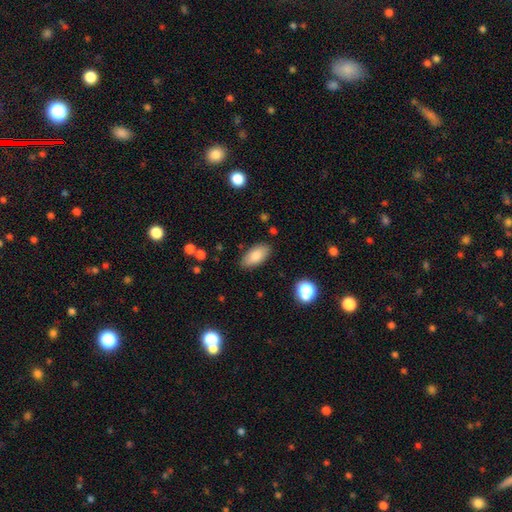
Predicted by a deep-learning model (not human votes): A smooth galaxy with no disk features (84%) that is in between round and cigar-shaped (91%).

Vote fractions:
- Smooth or featured? smooth: 84% / featured or disk: 9% / star or artifact: 7%
- How rounded? in between: 91% / cigar-shaped: 7% / round: 3%
- Merging? none: 85% / minor disturbance: 11% / major disturbance: 3% / merger: 2%